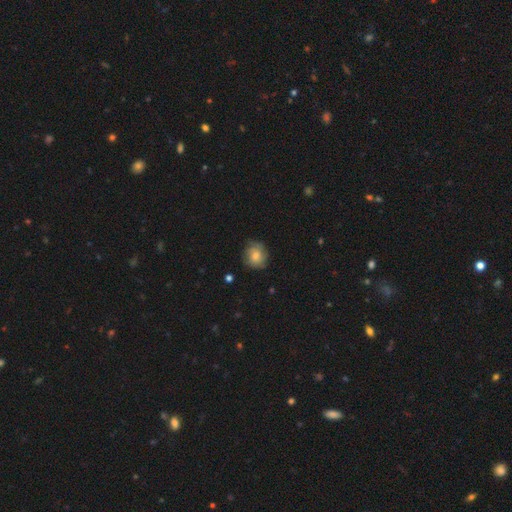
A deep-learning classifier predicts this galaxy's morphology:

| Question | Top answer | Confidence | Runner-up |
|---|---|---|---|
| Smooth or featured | smooth | 69% | featured or disk (23%) |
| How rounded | round | 83% | in between (16%) |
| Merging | none | 75% | minor disturbance (19%) |